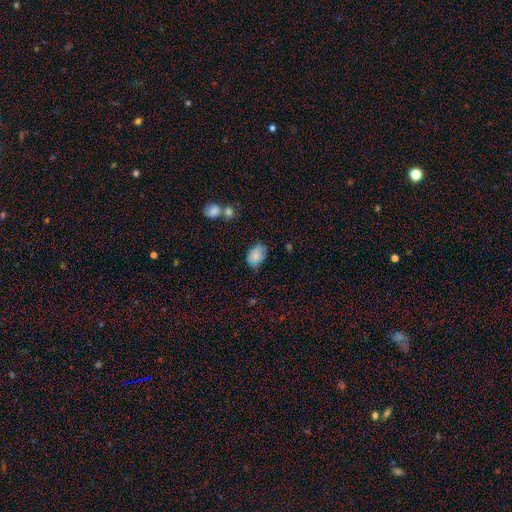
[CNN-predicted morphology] A smooth galaxy with no disk features (78%) that is in between round and cigar-shaped (76%).

Vote fractions:
- Smooth or featured? smooth: 78% / featured or disk: 13% / star or artifact: 8%
- How rounded? in between: 76% / round: 23% / cigar-shaped: 1%
- Merging? none: 66% / minor disturbance: 25% / major disturbance: 5% / merger: 3%